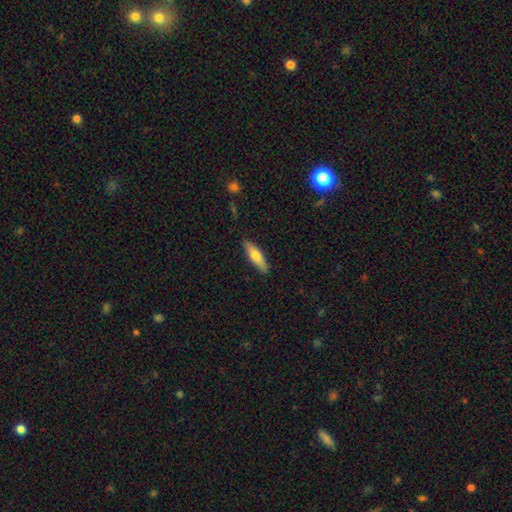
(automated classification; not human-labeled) The model was most divided on "how rounded": cigar-shaped: 65%, in between: 33%, round: 2%. More confident: merging — none (88%); smooth or featured — smooth (66%).